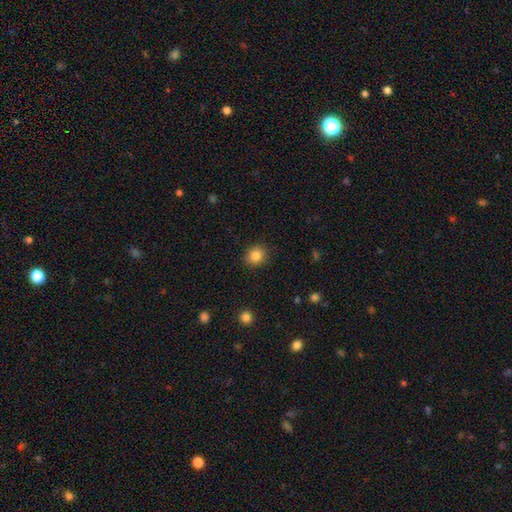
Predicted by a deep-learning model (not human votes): Q: Smooth or featured?
A: smooth (85%); runner-up: star or artifact (10%)
Q: How rounded?
A: round (75%); runner-up: in between (24%)
Q: Merging?
A: none (89%); runner-up: minor disturbance (8%)